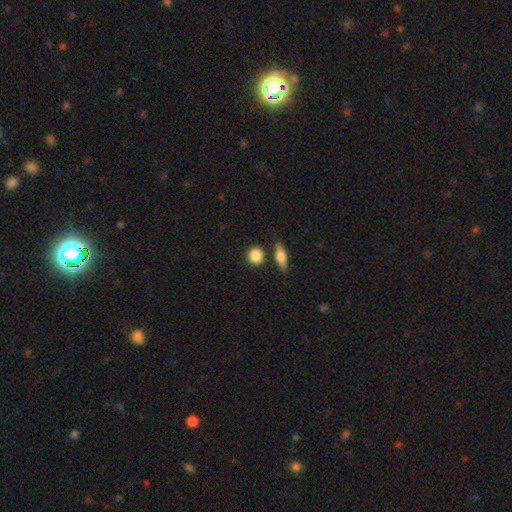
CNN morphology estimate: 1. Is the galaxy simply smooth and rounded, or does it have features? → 85% smooth, 8% star or artifact, 7% featured or disk.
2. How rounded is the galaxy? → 83% round, 14% in between, 3% cigar-shaped.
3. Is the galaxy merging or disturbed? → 80% none, 10% minor disturbance, 8% merger, 3% major disturbance.